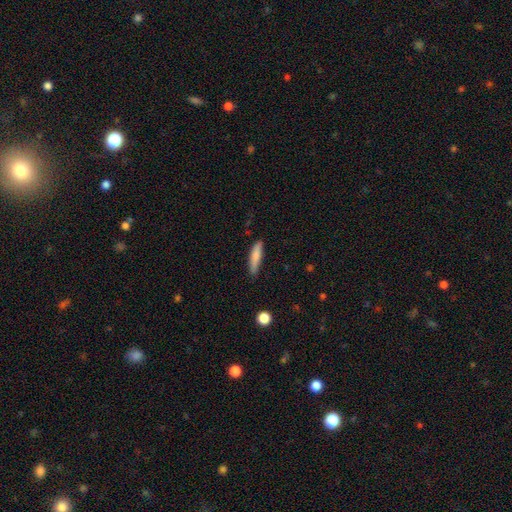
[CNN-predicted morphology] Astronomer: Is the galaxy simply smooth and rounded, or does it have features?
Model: smooth — 79%.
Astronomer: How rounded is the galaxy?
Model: cigar-shaped — 81%.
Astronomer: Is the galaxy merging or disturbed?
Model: none — 80%.